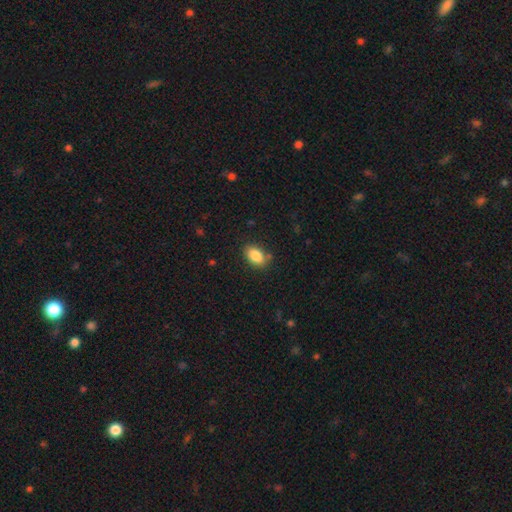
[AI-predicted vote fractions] Smooth or featured? smooth (86%)
How rounded? in between (89%)
Merging? none (82%)